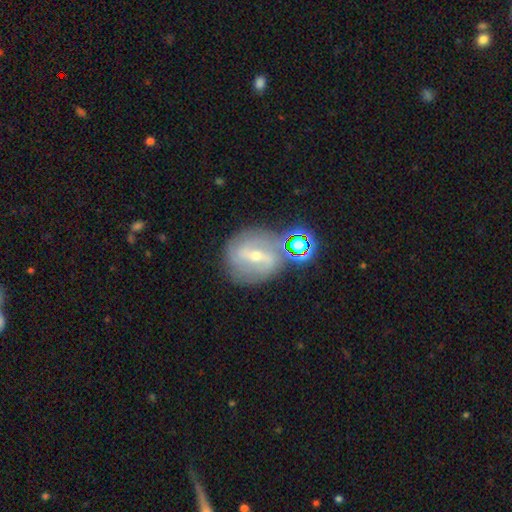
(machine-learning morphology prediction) featured or disk 74%, smooth 14%, star or artifact 12%. Down the decision tree: edge-on disk — no (94%); bar — strong (47%); spiral arms — yes (82%); spiral arm count — 2 (66%); spiral winding — medium (41%); bulge size — small (54%); merging — none (68%).